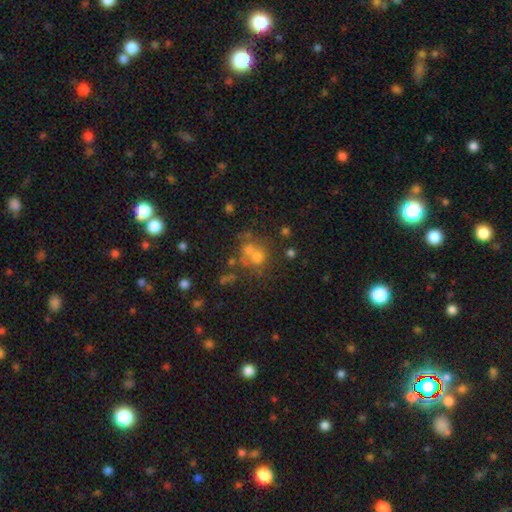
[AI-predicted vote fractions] Smooth or featured?
  - smooth: 53% *
  - star or artifact: 25%
  - featured or disk: 22%
How rounded?
  - round: 81% *
  - in between: 18%
  - cigar-shaped: 1%
Merging?
  - none: 44% *
  - merger: 40%
  - minor disturbance: 9%
  - major disturbance: 7%